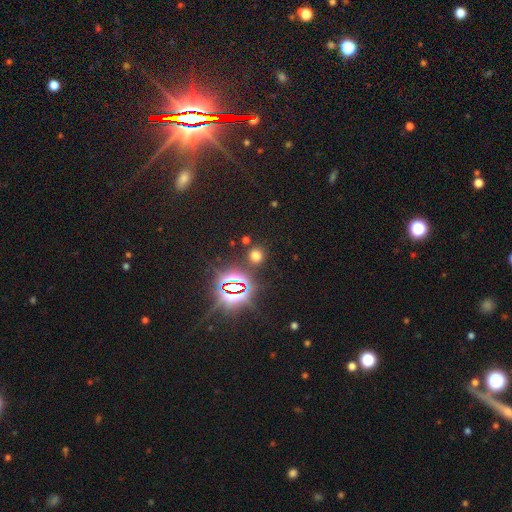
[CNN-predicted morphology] Smooth or featured? Predicted: smooth (p=0.57). How rounded? Predicted: round (p=0.85). Merging? Predicted: none (p=0.85).